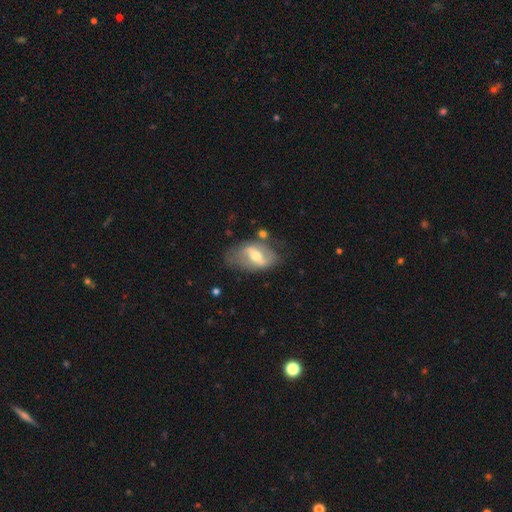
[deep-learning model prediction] smooth-or-featured: featured or disk: 68% | smooth: 25% | star or artifact: 7%
  disk-edge-on: no: 91% | yes: 9%
    bar: strong: 56% | weak: 32% | no: 12%
    has-spiral-arms: yes: 58% | no: 42%
    bulge-size: moderate: 65% | small: 23% | large: 9% | none: 2% | dominant: 1%
  merging: none: 60% | minor disturbance: 23% | major disturbance: 12% | merger: 5%